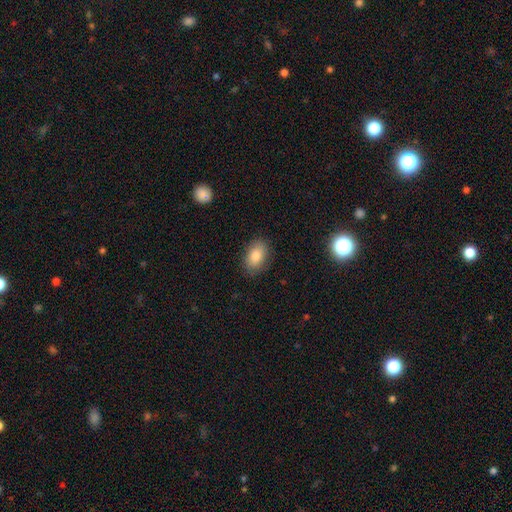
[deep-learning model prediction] Smooth or featured: smooth — 84% (featured or disk — 8%)
How rounded: in between — 89% (round — 9%)
Merging: none — 86% (minor disturbance — 11%)